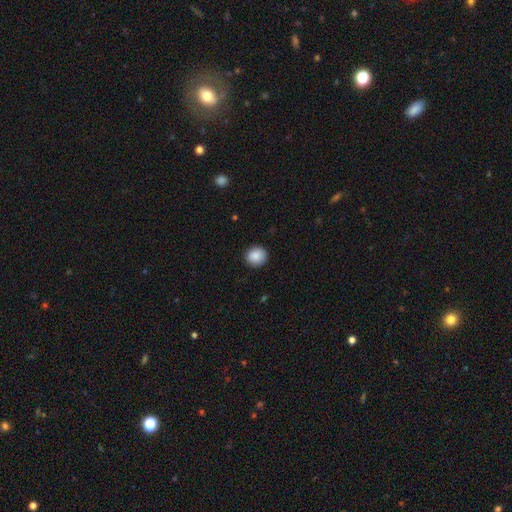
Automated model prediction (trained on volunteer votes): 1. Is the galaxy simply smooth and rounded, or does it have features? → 89% smooth, 8% star or artifact, 3% featured or disk.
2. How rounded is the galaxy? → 85% round, 14% in between, 1% cigar-shaped.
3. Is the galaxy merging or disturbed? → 89% none, 8% minor disturbance, 2% major disturbance, 1% merger.